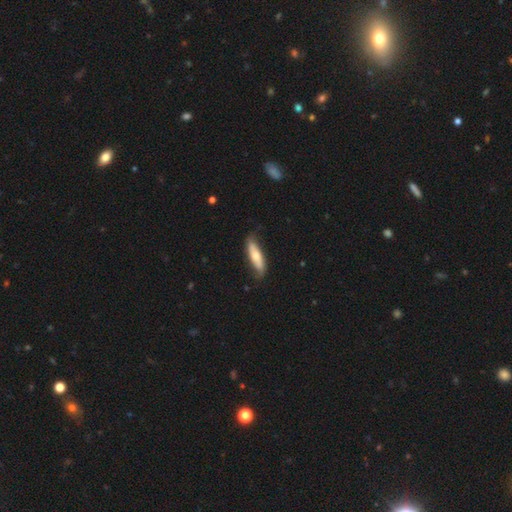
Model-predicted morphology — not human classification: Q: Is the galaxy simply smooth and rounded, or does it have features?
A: smooth — 55%.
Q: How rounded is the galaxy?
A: cigar-shaped — 60%.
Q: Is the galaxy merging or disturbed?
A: none — 73%.